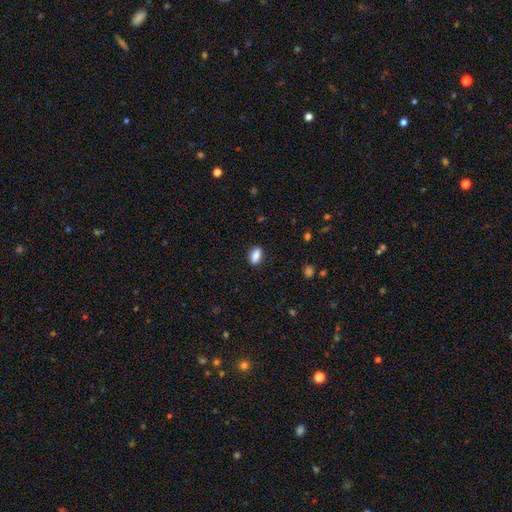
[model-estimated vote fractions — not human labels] Smooth or featured? smooth (87%)
How rounded? in between (86%)
Merging? none (86%)